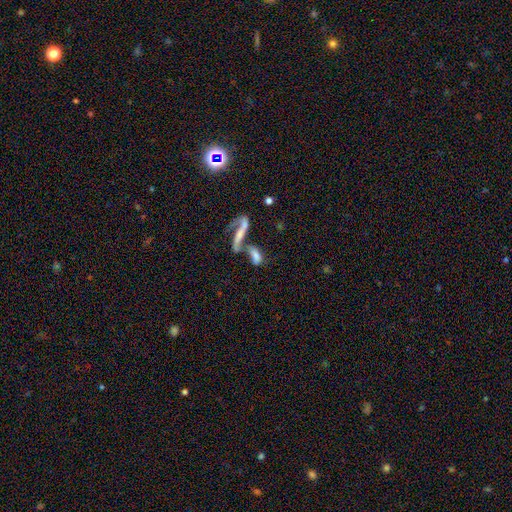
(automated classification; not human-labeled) Morphology: type=smooth (55%); roundness=in between (52%); merging=merger (59%).